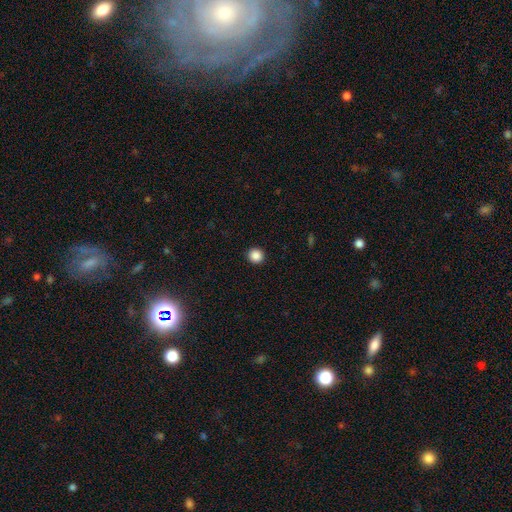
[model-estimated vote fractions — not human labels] smooth_or_featured: smooth (p=0.87) [alt: star or artifact p=0.10]
how_rounded: round (p=0.94) [alt: in between p=0.05]
merging: none (p=0.93) [alt: minor disturbance p=0.04]